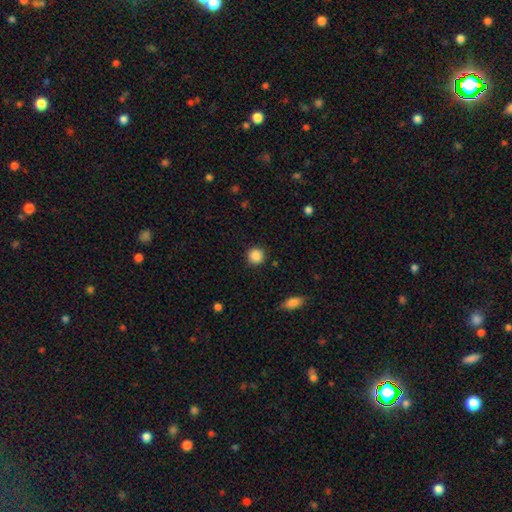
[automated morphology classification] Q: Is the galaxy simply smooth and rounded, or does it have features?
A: smooth — 88%.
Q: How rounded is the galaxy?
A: round — 94%.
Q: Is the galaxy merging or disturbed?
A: none — 90%.